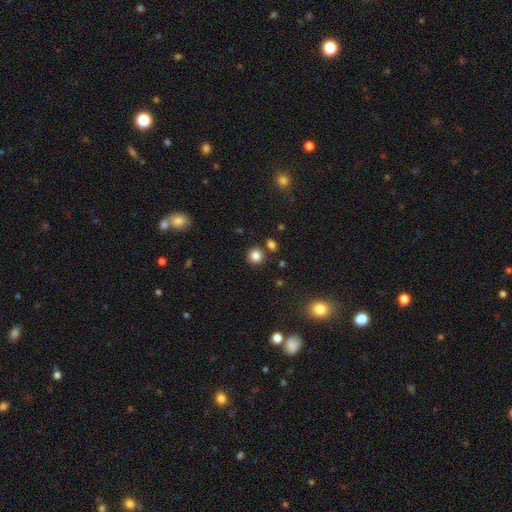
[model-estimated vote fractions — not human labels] Smooth or featured: smooth — 83% (star or artifact — 12%)
How rounded: round — 89% (in between — 10%)
Merging: none — 82% (minor disturbance — 8%)